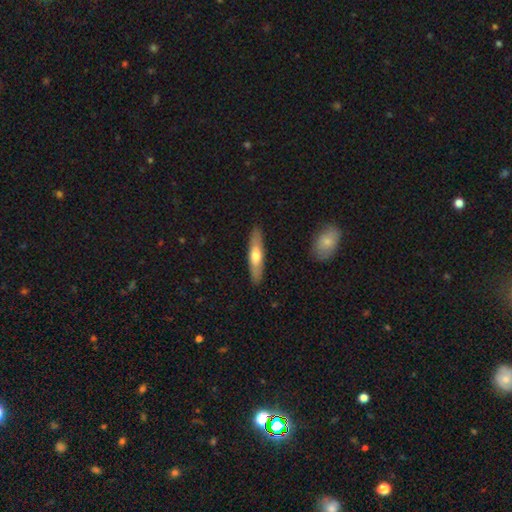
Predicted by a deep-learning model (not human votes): Smooth or featured?
  - smooth: 57% *
  - featured or disk: 37%
  - star or artifact: 5%
How rounded?
  - cigar-shaped: 78% *
  - in between: 20%
  - round: 2%
Merging?
  - none: 89% *
  - minor disturbance: 8%
  - major disturbance: 2%
  - merger: 1%